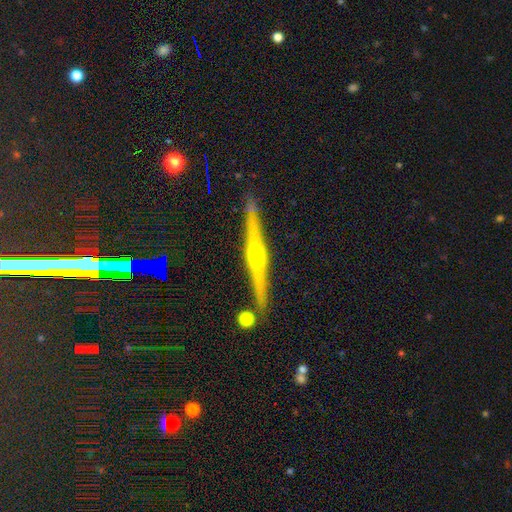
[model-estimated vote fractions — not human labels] smooth_or_featured: featured or disk (p=0.82) [alt: smooth p=0.11]
disk_edge_on: yes (p=0.98) [alt: no p=0.02]
edge_on_bulge: rounded (p=0.87) [alt: none p=0.07]
merging: none (p=0.88) [alt: minor disturbance p=0.08]